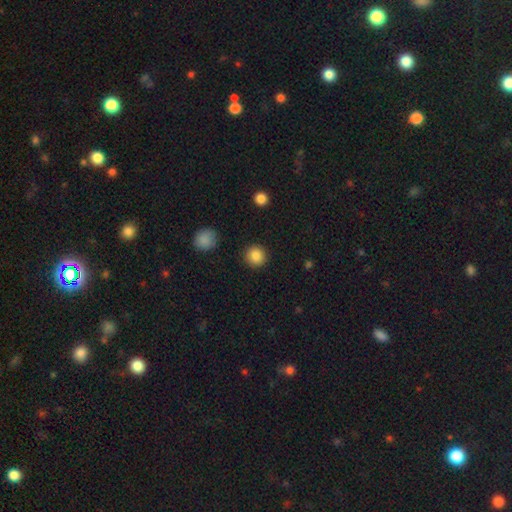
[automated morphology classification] smooth-or-featured: smooth: 86% | star or artifact: 9% | featured or disk: 4%
  how-rounded: round: 93% | in between: 6% | cigar-shaped: 1%
  merging: none: 91% | minor disturbance: 6% | major disturbance: 2% | merger: 1%